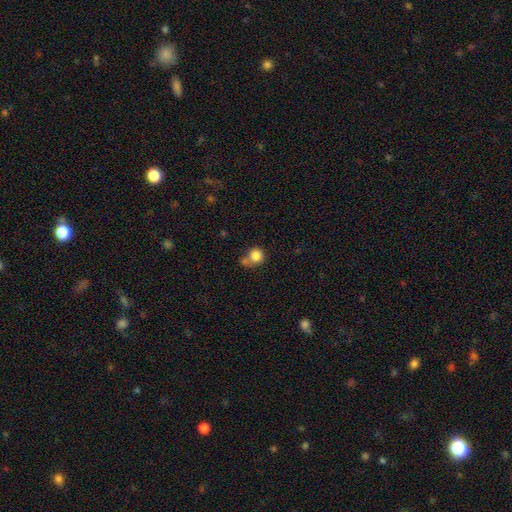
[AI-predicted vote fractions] This is clearly a smooth galaxy (83%). How rounded: clearly round (87%). Merging: possibly none (49%).